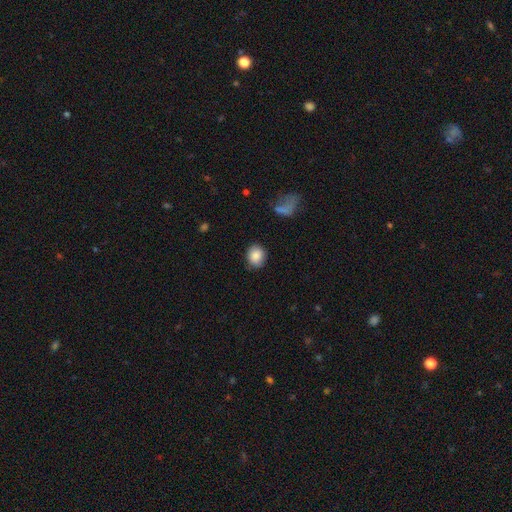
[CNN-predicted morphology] This is clearly a smooth galaxy (86%). How rounded: likely round (68%). Merging: clearly none (84%).